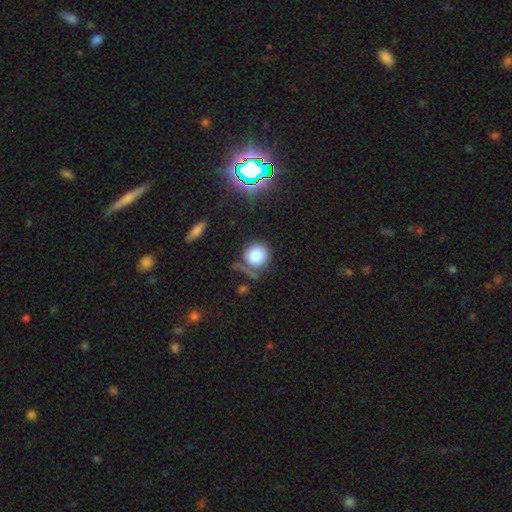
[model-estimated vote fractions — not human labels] Smooth or featured: smooth — 80% (star or artifact — 12%)
How rounded: round — 88% (in between — 11%)
Merging: none — 62% (minor disturbance — 18%)